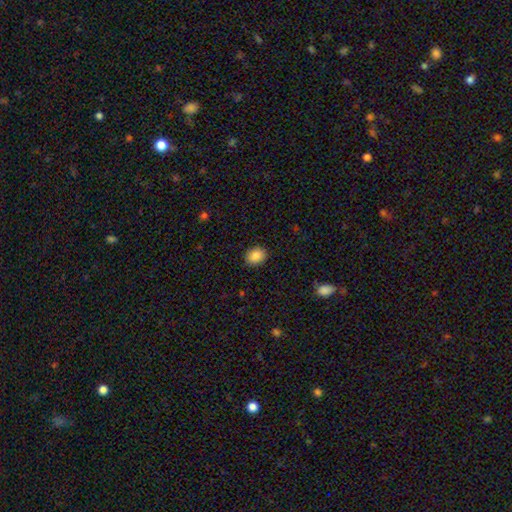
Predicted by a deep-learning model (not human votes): smooth-or-featured: smooth: 87% | star or artifact: 8% | featured or disk: 4%
  how-rounded: in between: 55% | round: 44% | cigar-shaped: 1%
  merging: none: 89% | minor disturbance: 8% | major disturbance: 2% | merger: 1%